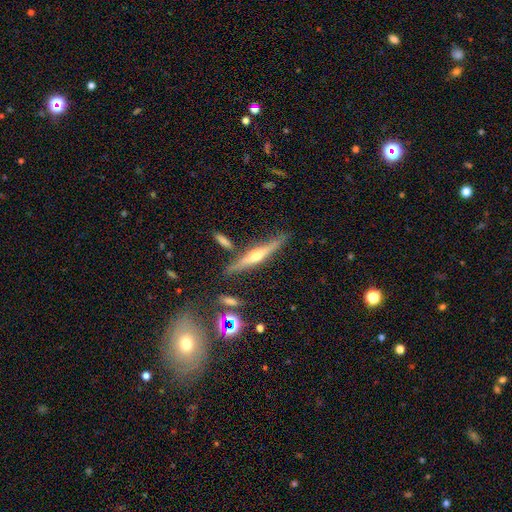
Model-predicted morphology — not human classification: This is likely a featured or disk galaxy (71%). It is clearly viewed edge-on (97%). Edge-on bulge: clearly rounded (88%). Merging: clearly none (81%).